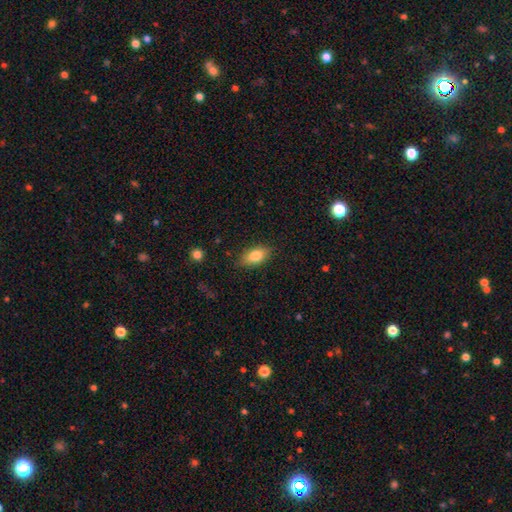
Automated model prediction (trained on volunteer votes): Smooth or featured?
  - smooth: 81% *
  - featured or disk: 12%
  - star or artifact: 7%
How rounded?
  - in between: 88% *
  - cigar-shaped: 7%
  - round: 5%
Merging?
  - none: 83% *
  - minor disturbance: 13%
  - major disturbance: 3%
  - merger: 1%